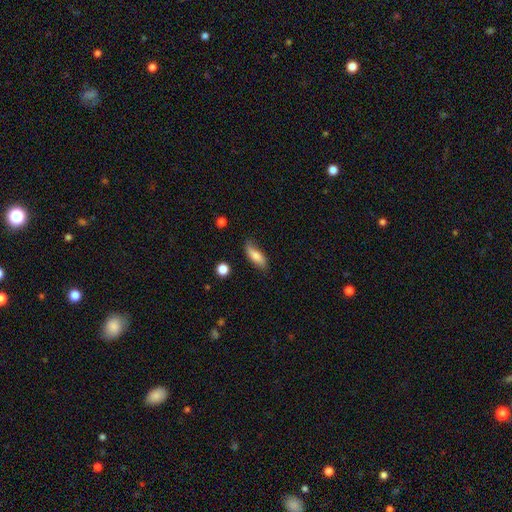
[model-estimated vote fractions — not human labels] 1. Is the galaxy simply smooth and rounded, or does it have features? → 70% smooth, 23% featured or disk, 7% star or artifact.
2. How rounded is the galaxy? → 65% in between, 32% cigar-shaped, 3% round.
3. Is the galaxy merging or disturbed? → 68% none, 25% minor disturbance, 5% major disturbance, 2% merger.